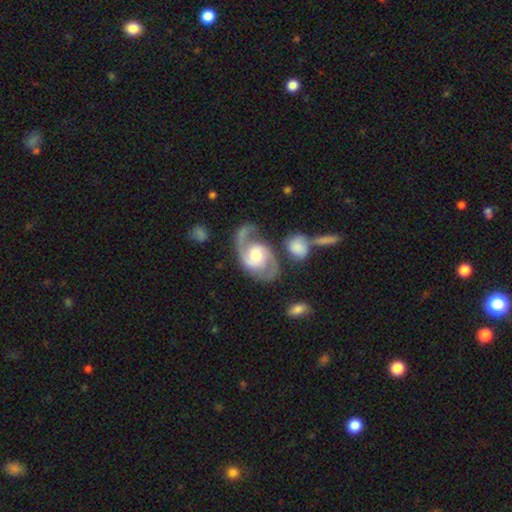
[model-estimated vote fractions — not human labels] This is clearly a featured or disk galaxy (88%). It is clearly not viewed edge-on (97%). Bar: possibly no (53%). Spiral arm pattern: clearly yes (96%). Spiral arm count: clearly 2 (88%). Spiral winding: possibly medium (55%). Central bulge: possibly moderate (59%). Merging: likely none (61%).